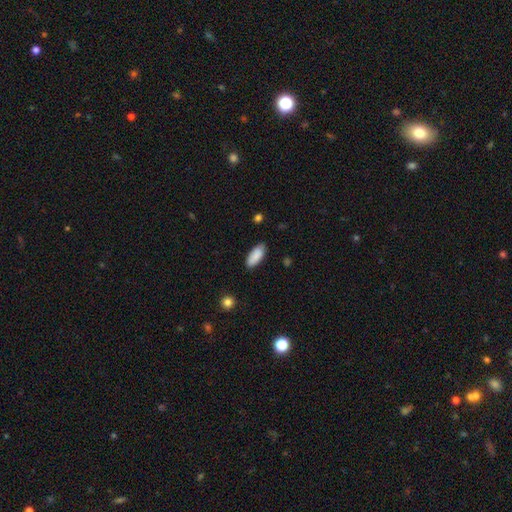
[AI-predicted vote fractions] Morphology: type=smooth (89%); roundness=in between (83%); merging=none (84%).